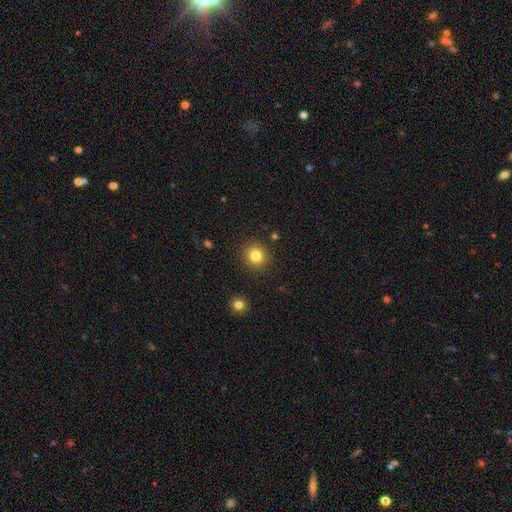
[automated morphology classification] Smooth or featured? Predicted: smooth (p=0.82). How rounded? Predicted: round (p=0.92). Merging? Predicted: none (p=0.89).